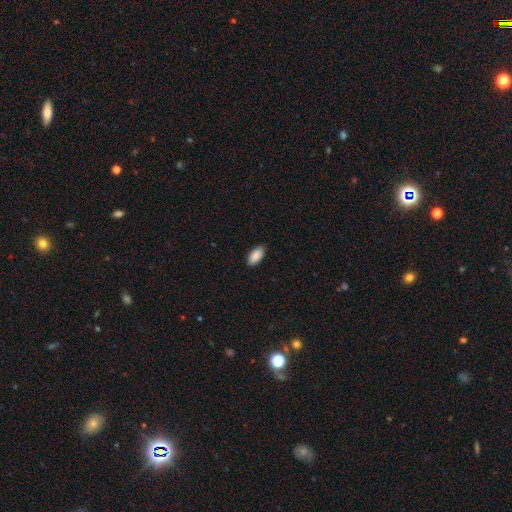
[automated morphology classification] smooth 90%, star or artifact 6%, featured or disk 4%. Down the decision tree: how rounded — in between (94%); merging — none (90%).